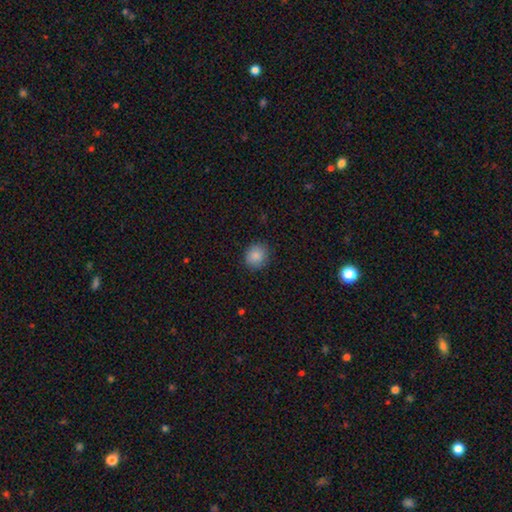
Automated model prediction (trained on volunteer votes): A smooth galaxy with no disk features (86%) that is round (76%).

Vote fractions:
- Smooth or featured? smooth: 86% / star or artifact: 9% / featured or disk: 4%
- How rounded? round: 76% / in between: 24% / cigar-shaped: 1%
- Merging? none: 88% / minor disturbance: 9% / major disturbance: 2% / merger: 1%